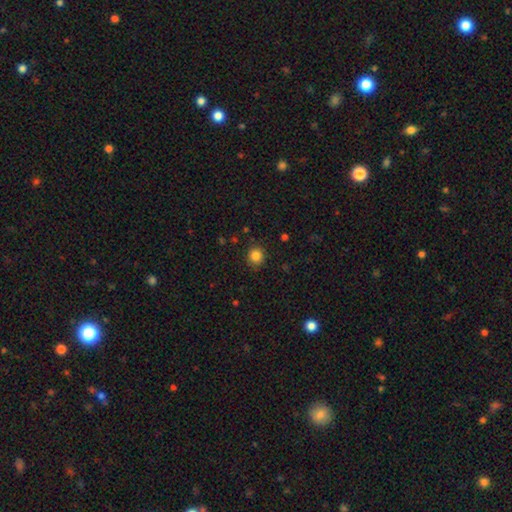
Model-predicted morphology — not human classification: Smooth or featured? Predicted: smooth (p=0.84). How rounded? Predicted: round (p=0.89). Merging? Predicted: none (p=0.90).